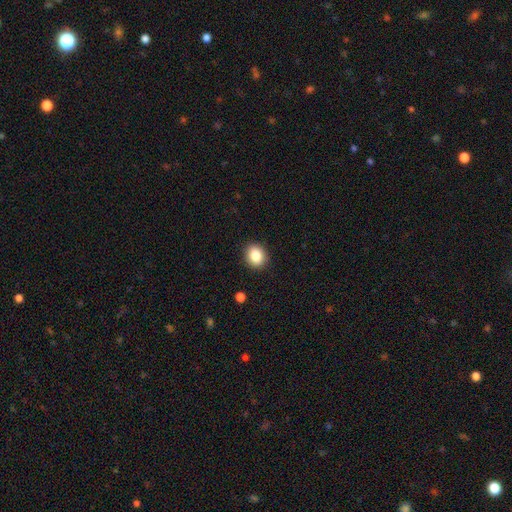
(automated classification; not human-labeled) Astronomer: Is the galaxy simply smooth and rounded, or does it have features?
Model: smooth — 85%.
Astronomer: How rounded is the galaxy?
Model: round — 62%.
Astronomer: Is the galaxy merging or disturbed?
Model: none — 90%.